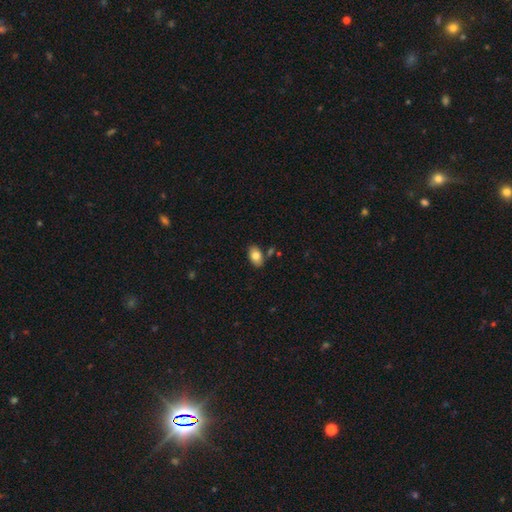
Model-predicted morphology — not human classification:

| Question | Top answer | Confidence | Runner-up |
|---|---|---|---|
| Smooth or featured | smooth | 80% | featured or disk (12%) |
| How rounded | in between | 91% | round (8%) |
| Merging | none | 81% | minor disturbance (11%) |